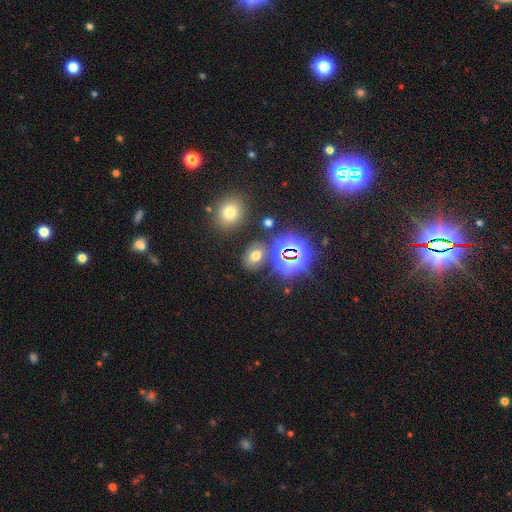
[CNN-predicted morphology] Smooth or featured?
  - smooth: 55% *
  - star or artifact: 33%
  - featured or disk: 12%
How rounded?
  - in between: 69% *
  - round: 30%
  - cigar-shaped: 1%
Merging?
  - none: 75% *
  - minor disturbance: 12%
  - merger: 8%
  - major disturbance: 5%